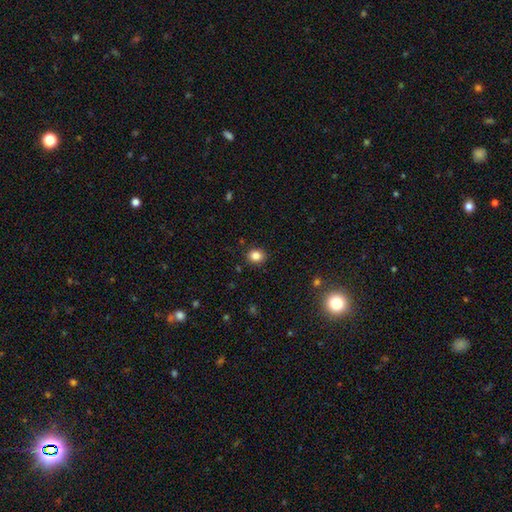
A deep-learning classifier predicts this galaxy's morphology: Smooth or featured? smooth (84%)
How rounded? round (69%)
Merging? none (89%)